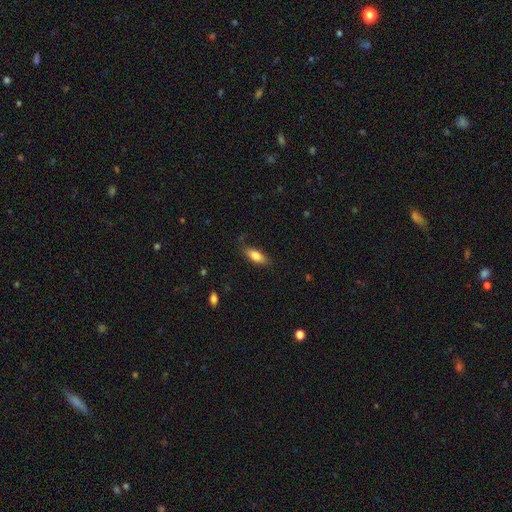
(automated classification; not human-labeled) Smooth or featured?
  - smooth: 76% *
  - featured or disk: 17%
  - star or artifact: 7%
How rounded?
  - in between: 69% *
  - cigar-shaped: 29%
  - round: 2%
Merging?
  - none: 77% *
  - minor disturbance: 17%
  - major disturbance: 4%
  - merger: 1%